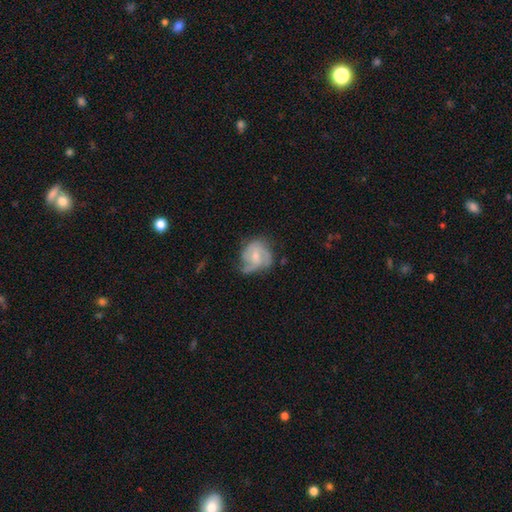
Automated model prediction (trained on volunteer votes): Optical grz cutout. It shows a featured or disk galaxy (70%) with no bar (49%), 3 (37%) medium (46%) spiral arms (89%) and a small central bulge (51%). Merging: none (50%).